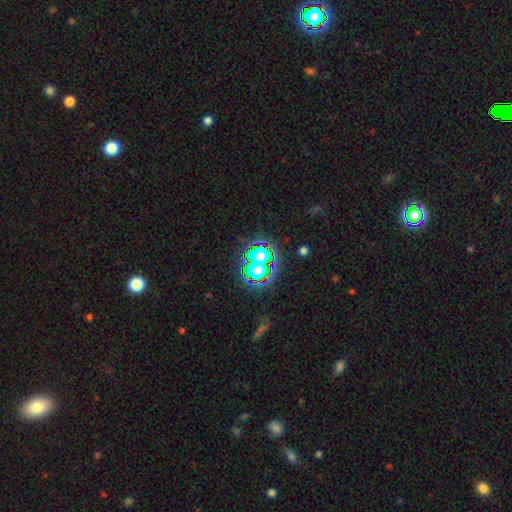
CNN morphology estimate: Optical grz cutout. It shows a star or artifact, not a galaxy (70%).